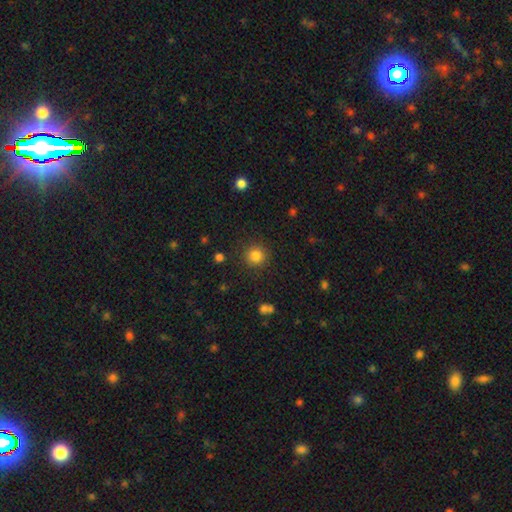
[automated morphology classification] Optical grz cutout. It shows a smooth galaxy with no disk features (83%) that is round (93%). Merging: none (89%).